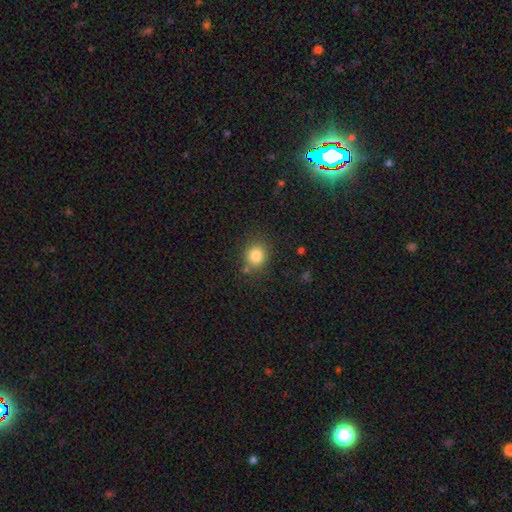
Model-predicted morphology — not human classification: type=smooth (83%); roundness=round (75%); merging=none (80%).